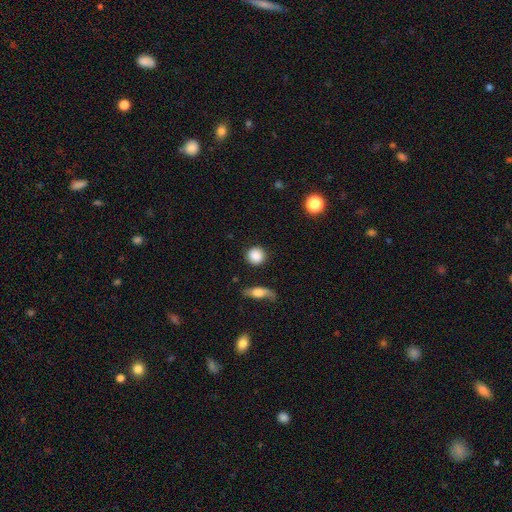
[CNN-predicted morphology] Smooth or featured: smooth — 86% (star or artifact — 8%)
How rounded: round — 91% (in between — 7%)
Merging: none — 86% (minor disturbance — 8%)